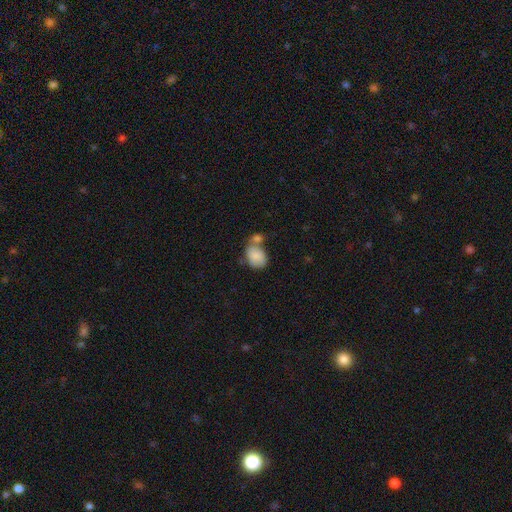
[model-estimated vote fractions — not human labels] Q: Smooth or featured?
A: smooth (82%); runner-up: featured or disk (10%)
Q: How rounded?
A: in between (73%); runner-up: round (26%)
Q: Merging?
A: merger (46%); runner-up: none (30%)